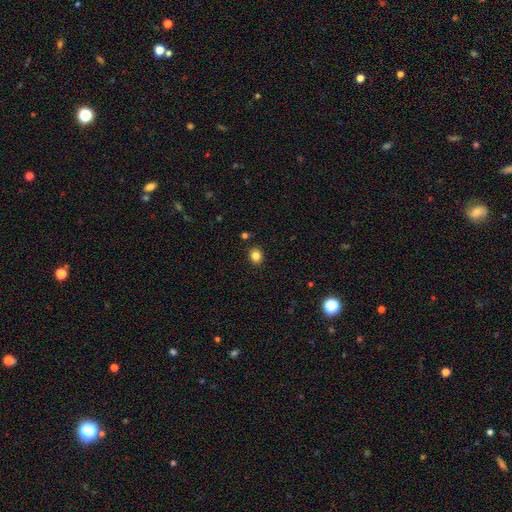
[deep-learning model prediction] This is clearly a smooth galaxy (83%). How rounded: likely round (70%). Merging: clearly none (90%).